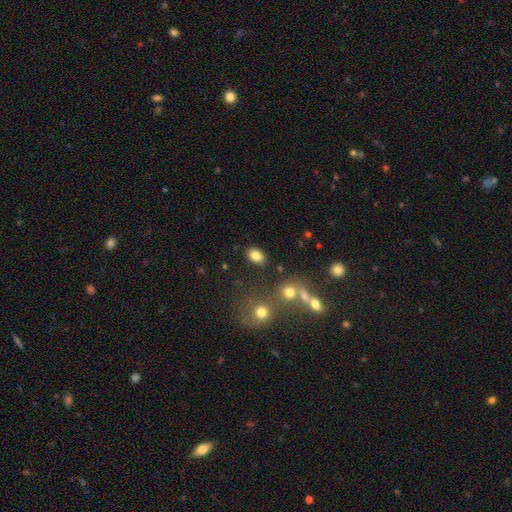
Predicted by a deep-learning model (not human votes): Q: Smooth or featured?
A: smooth (82%); runner-up: star or artifact (10%)
Q: How rounded?
A: in between (79%); runner-up: round (19%)
Q: Merging?
A: none (83%); runner-up: minor disturbance (10%)